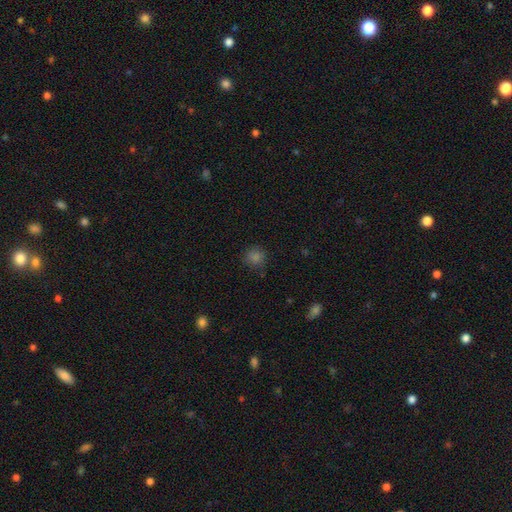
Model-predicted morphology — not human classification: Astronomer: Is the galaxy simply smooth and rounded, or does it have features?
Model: smooth — 72%.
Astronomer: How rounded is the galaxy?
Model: round — 91%.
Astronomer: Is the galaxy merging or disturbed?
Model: none — 87%.